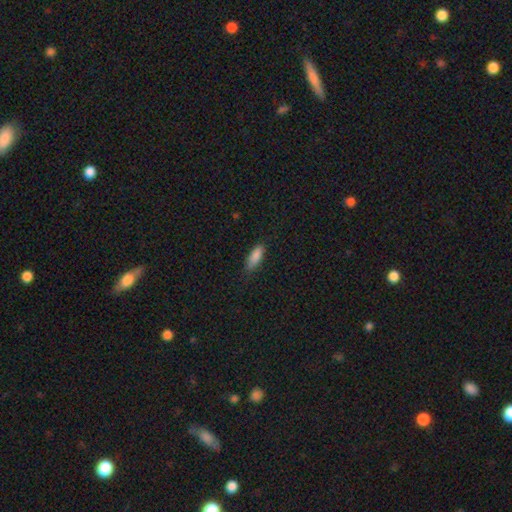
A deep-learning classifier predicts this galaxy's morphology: smooth_or_featured: smooth (p=0.87) [alt: star or artifact p=0.07]
how_rounded: in between (p=0.62) [alt: cigar-shaped p=0.36]
merging: none (p=0.81) [alt: minor disturbance p=0.15]